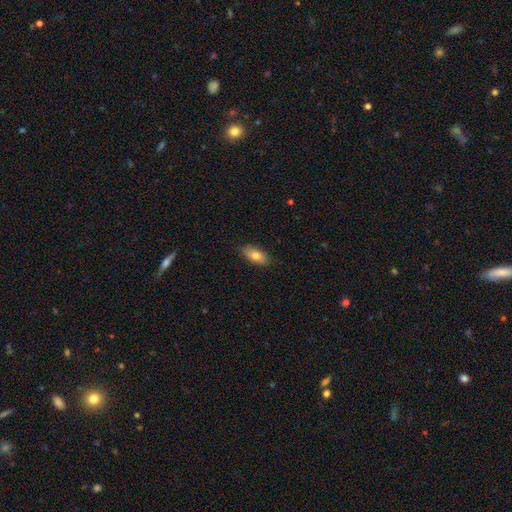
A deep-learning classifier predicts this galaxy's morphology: Smooth or featured? smooth (78%)
How rounded? in between (88%)
Merging? none (86%)